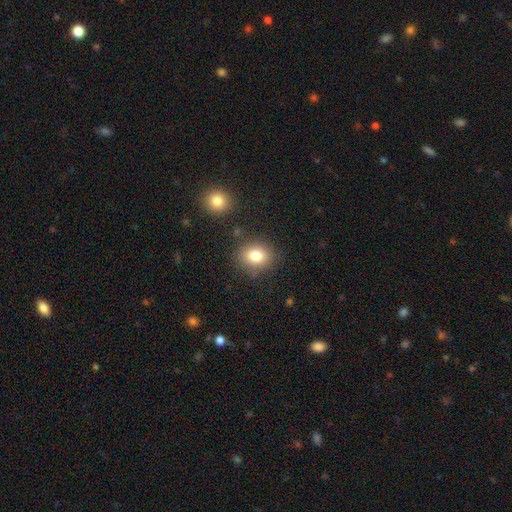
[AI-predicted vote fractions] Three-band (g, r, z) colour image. It shows a smooth galaxy with no disk features (82%) that is round (57%). Merging: none (81%).